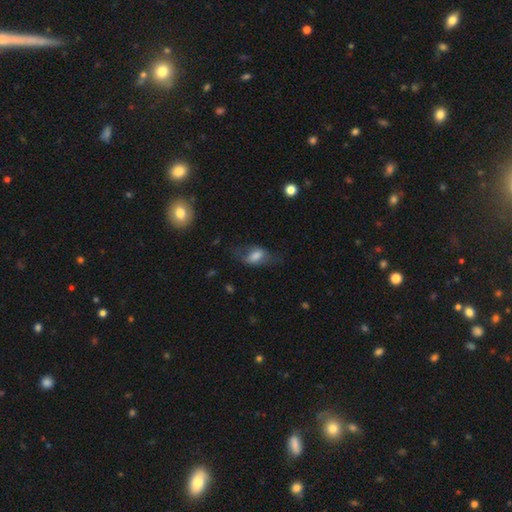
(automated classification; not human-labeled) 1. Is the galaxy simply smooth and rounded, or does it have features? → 63% smooth, 29% featured or disk, 8% star or artifact.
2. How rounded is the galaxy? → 86% in between, 8% round, 6% cigar-shaped.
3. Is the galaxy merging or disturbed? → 52% none, 24% minor disturbance, 22% major disturbance, 2% merger.